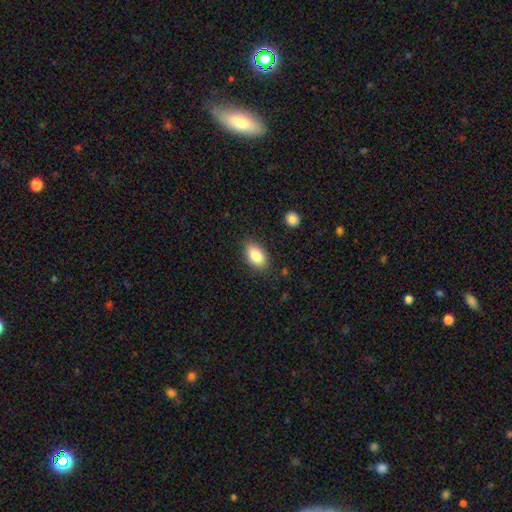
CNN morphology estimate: Q: Smooth or featured?
A: smooth (85%); runner-up: featured or disk (8%)
Q: How rounded?
A: in between (91%); runner-up: round (7%)
Q: Merging?
A: none (86%); runner-up: minor disturbance (10%)